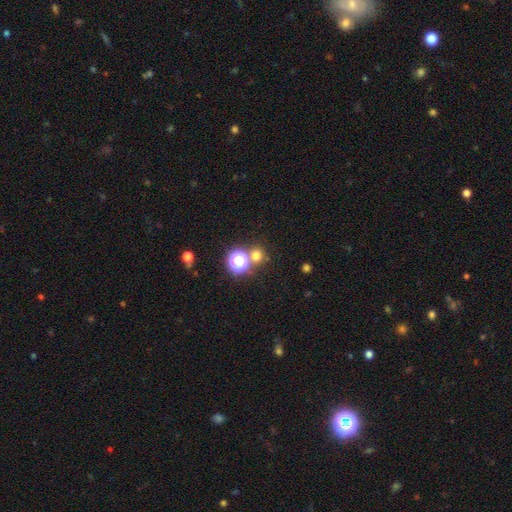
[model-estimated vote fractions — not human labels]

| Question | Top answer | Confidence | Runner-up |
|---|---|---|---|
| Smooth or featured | smooth | 65% | star or artifact (28%) |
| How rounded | round | 88% | in between (11%) |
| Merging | none | 71% | merger (18%) |